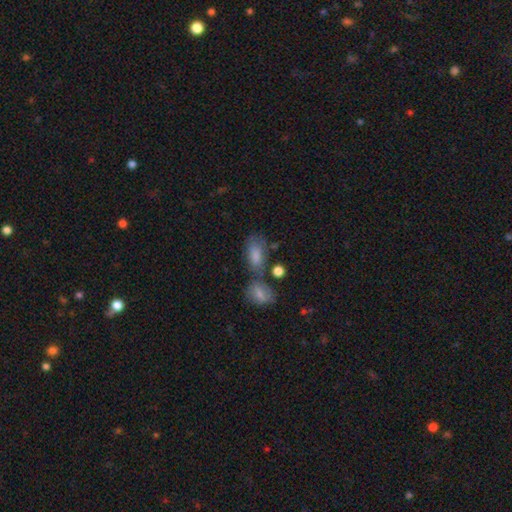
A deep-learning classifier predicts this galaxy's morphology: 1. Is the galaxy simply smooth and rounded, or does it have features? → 70% smooth, 18% featured or disk, 13% star or artifact.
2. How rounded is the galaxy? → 87% in between, 8% round, 5% cigar-shaped.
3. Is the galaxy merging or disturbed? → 48% none, 26% merger, 18% minor disturbance, 8% major disturbance.